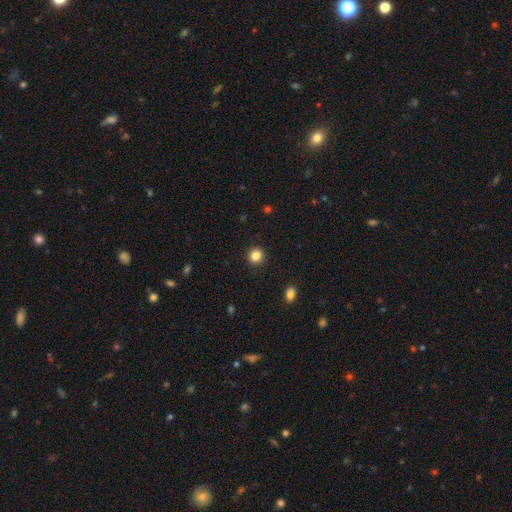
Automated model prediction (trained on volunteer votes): smooth 85%, star or artifact 11%, featured or disk 4%. Down the decision tree: how rounded — round (91%); merging — none (92%).